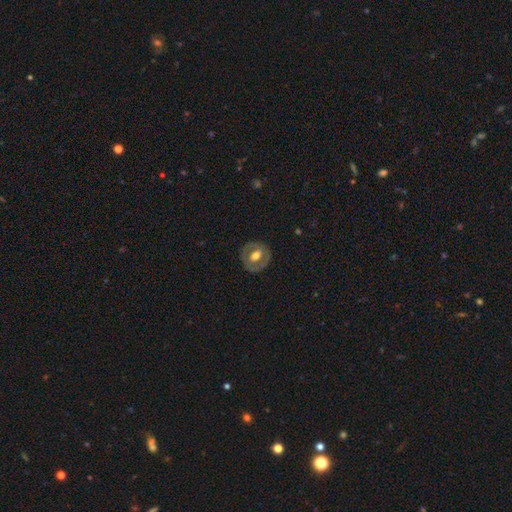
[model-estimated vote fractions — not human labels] featured or disk 53%, smooth 41%, star or artifact 6%. Down the decision tree: edge-on disk — no (94%); bar — no (55%); spiral arms — no (83%); bulge size — moderate (65%); merging — none (83%).